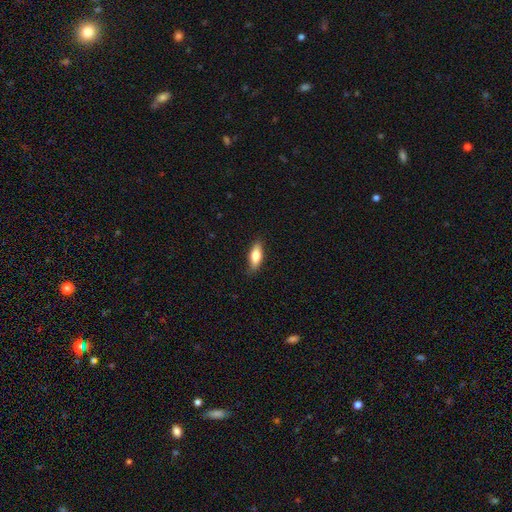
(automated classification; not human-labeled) This appears to be a smooth galaxy with no disk features (75%) that is in between round and cigar-shaped (69%). Merging: none (82%).